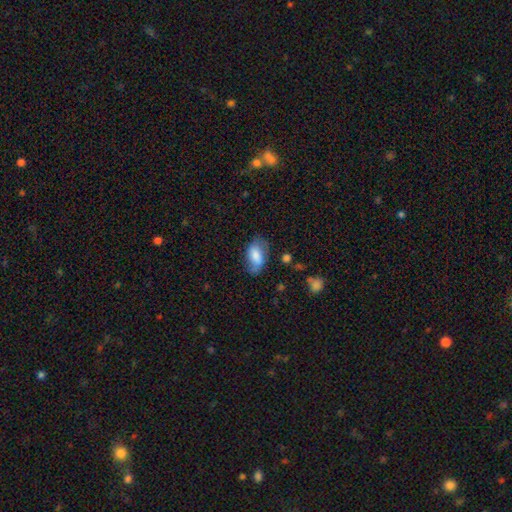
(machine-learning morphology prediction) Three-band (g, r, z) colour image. It shows a smooth galaxy with no disk features (71%) that is in between round and cigar-shaped (91%). Merging: none (60%).